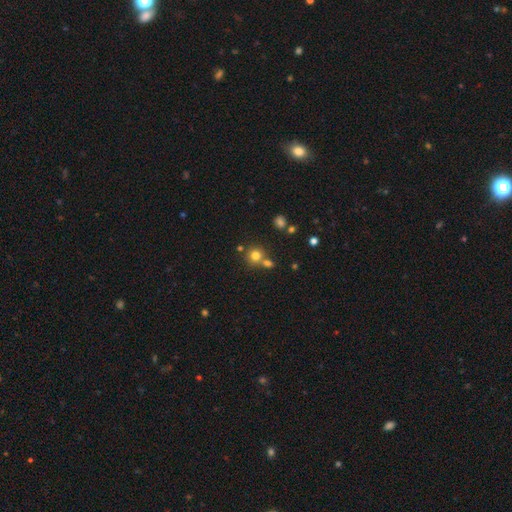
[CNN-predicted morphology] Smooth or featured: smooth — 75% (star or artifact — 16%)
How rounded: round — 89% (in between — 10%)
Merging: none — 63% (merger — 26%)